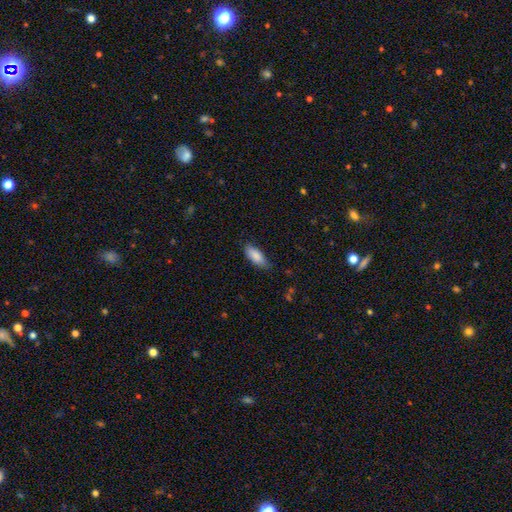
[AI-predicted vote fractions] Overall: smooth (86%). How rounded: in between (78%). Merging: none (77%).